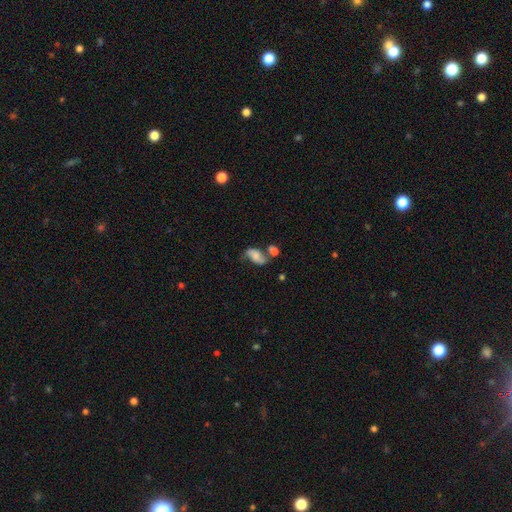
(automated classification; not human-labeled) Smooth or featured? Predicted: featured or disk (p=0.56). Edge-on disk? Predicted: no (p=0.96). Bar? Predicted: no (p=0.61). Spiral arms? Predicted: yes (p=0.86). Bulge size? Predicted: small (p=0.31). Merging? Predicted: none (p=0.39).